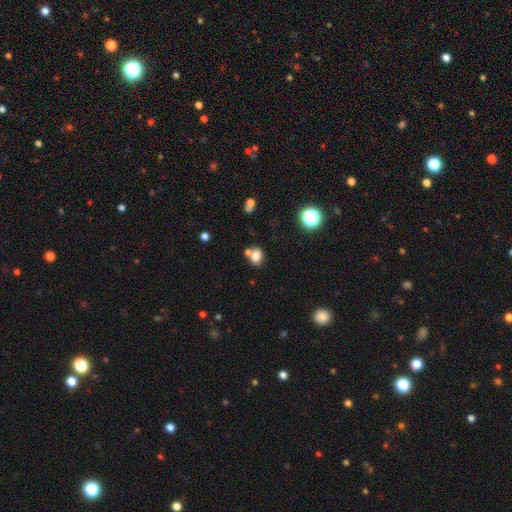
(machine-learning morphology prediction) smooth_or_featured: smooth (p=0.78) [alt: star or artifact p=0.13]
how_rounded: in between (p=0.54) [alt: round p=0.45]
merging: none (p=0.52) [alt: merger p=0.31]